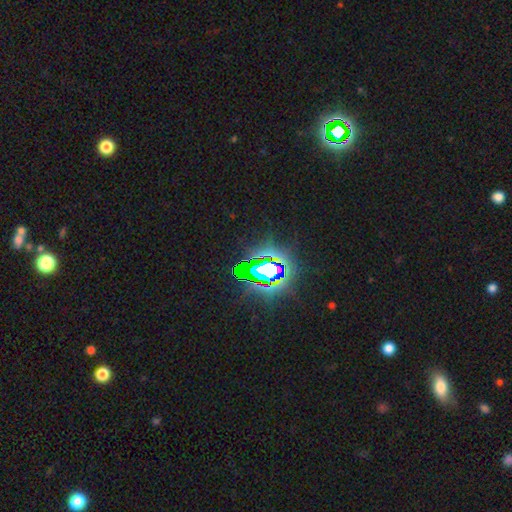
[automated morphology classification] Overall: star or artifact (76%).